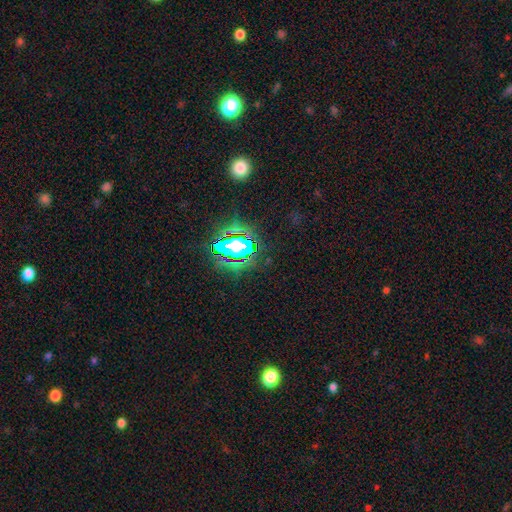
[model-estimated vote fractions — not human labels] This is clearly a star or artifact rather than a galaxy (82%).